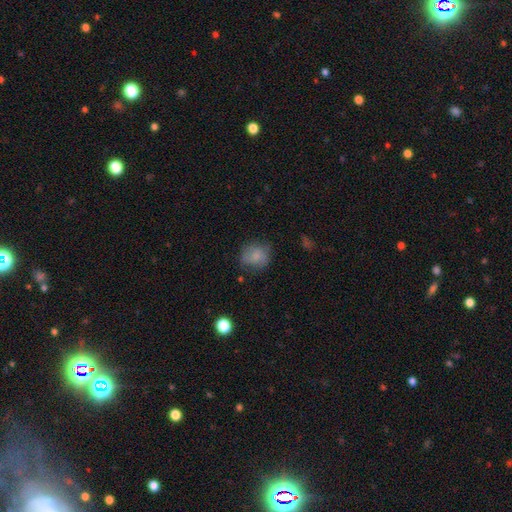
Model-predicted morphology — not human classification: smooth_or_featured: smooth (p=0.74) [alt: featured or disk p=0.17]
how_rounded: round (p=0.73) [alt: in between p=0.26]
merging: none (p=0.63) [alt: minor disturbance p=0.25]